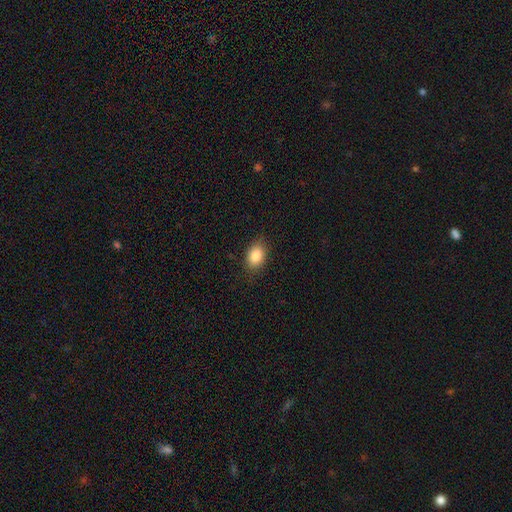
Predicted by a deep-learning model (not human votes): A smooth galaxy with no disk features (85%) that is in between round and cigar-shaped (80%). Merging: none (85%).